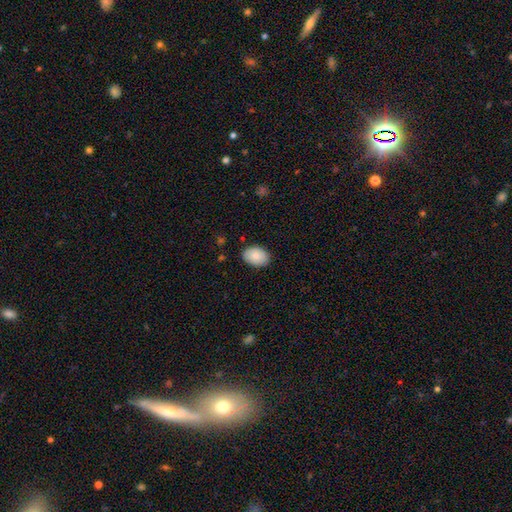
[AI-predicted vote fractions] Morphology: type=smooth (86%); roundness=in between (82%); merging=none (86%).